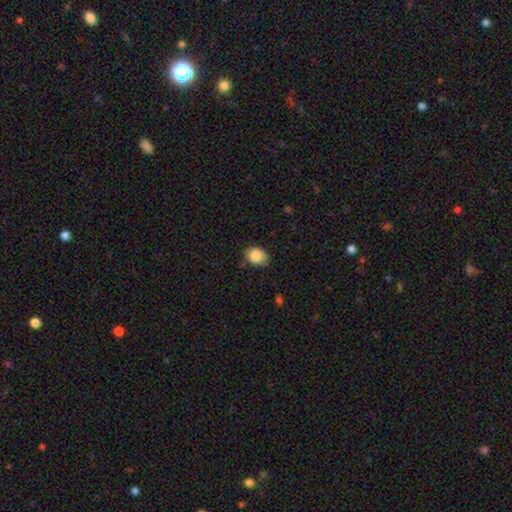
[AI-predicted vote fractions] Smooth or featured? Predicted: smooth (p=0.85). How rounded? Predicted: in between (p=0.67). Merging? Predicted: none (p=0.65).